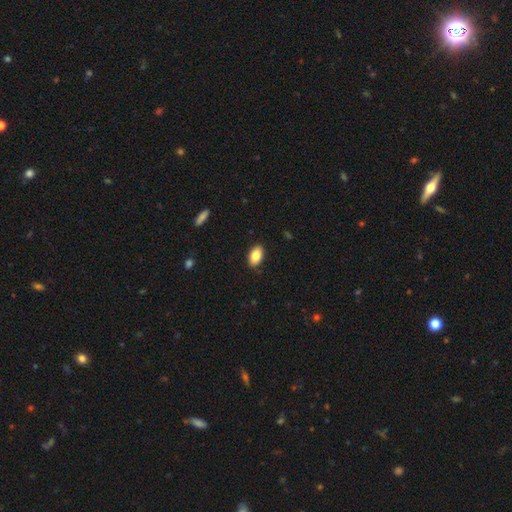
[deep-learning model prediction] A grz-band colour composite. It shows a smooth galaxy with no disk features (85%) that is in between round and cigar-shaped (93%). Merging: none (89%).